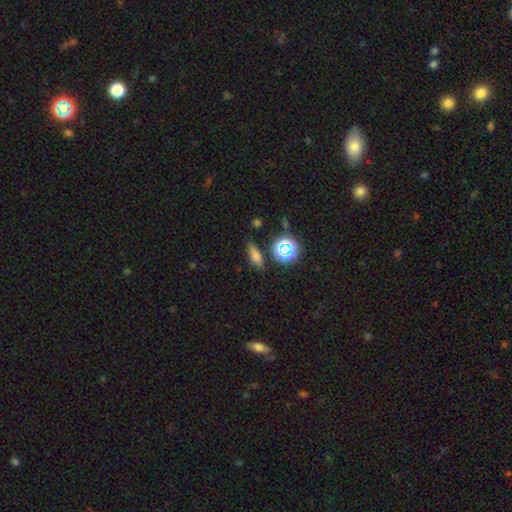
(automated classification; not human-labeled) Morphology: type=smooth (66%); roundness=in between (54%); merging=none (78%).